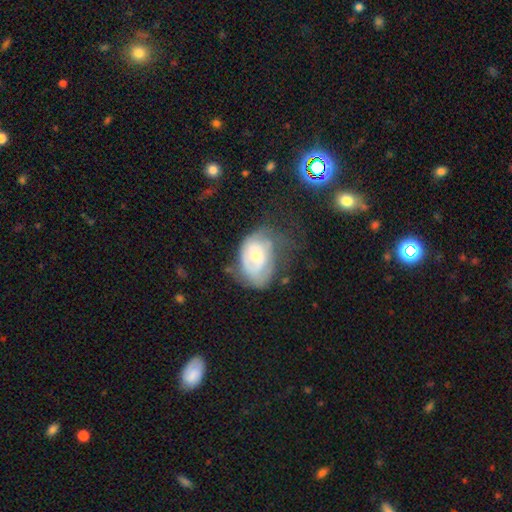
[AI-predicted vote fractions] This is possibly a featured or disk galaxy (57%). It is clearly not viewed edge-on (95%). Bar: likely no (73%). Spiral arm pattern: possibly yes (60%). Central bulge: likely moderate (64%). Merging: marginally none (34%).